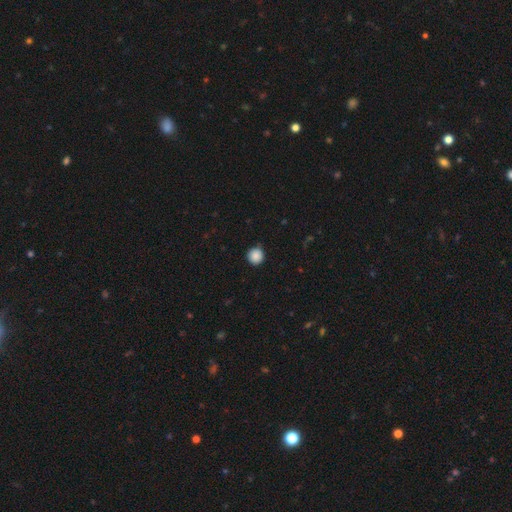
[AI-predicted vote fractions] smooth_or_featured: smooth (p=0.88) [alt: star or artifact p=0.09]
how_rounded: round (p=0.95) [alt: in between p=0.04]
merging: none (p=0.90) [alt: minor disturbance p=0.07]